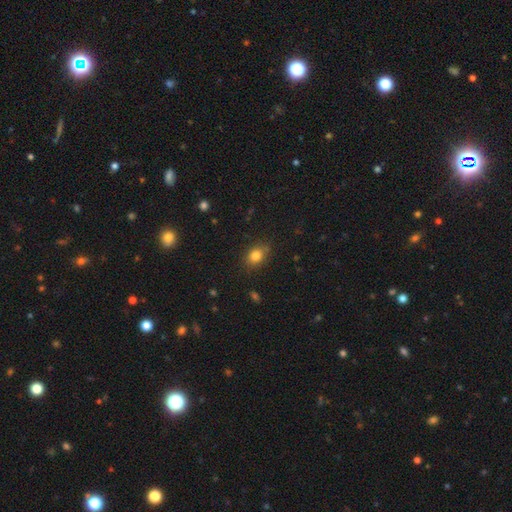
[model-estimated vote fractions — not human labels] Smooth or featured? Predicted: smooth (p=0.82). How rounded? Predicted: in between (p=0.57). Merging? Predicted: none (p=0.81).